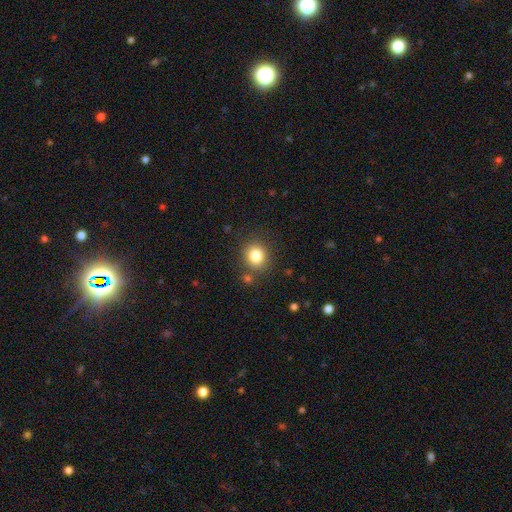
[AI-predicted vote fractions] Q: Smooth or featured?
A: smooth (82%); runner-up: star or artifact (12%)
Q: How rounded?
A: round (81%); runner-up: in between (18%)
Q: Merging?
A: none (82%); runner-up: minor disturbance (9%)